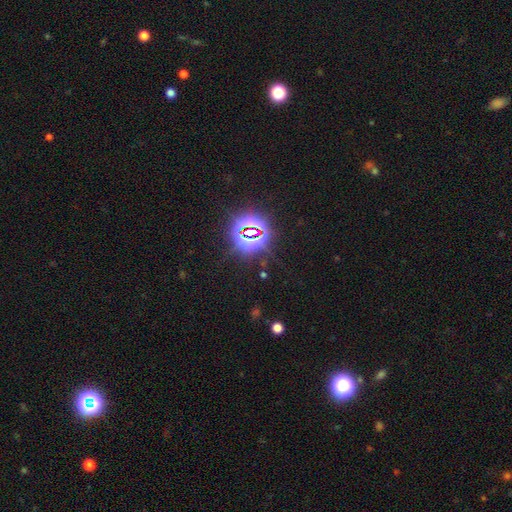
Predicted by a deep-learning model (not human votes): smooth_or_featured: star or artifact (p=0.80) [alt: smooth p=0.14]